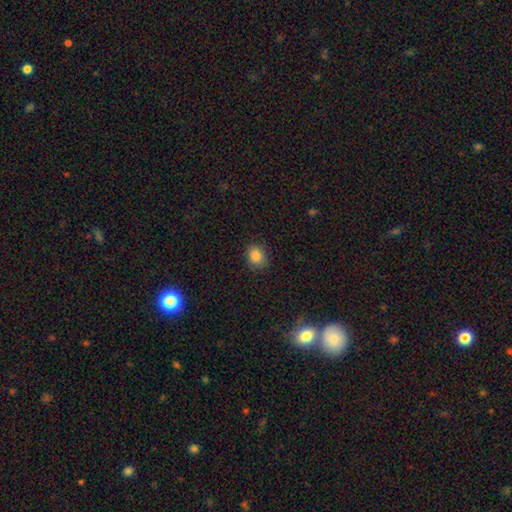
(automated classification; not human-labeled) This appears to be a smooth galaxy with no disk features (86%) that is round (63%). Merging: none (84%).